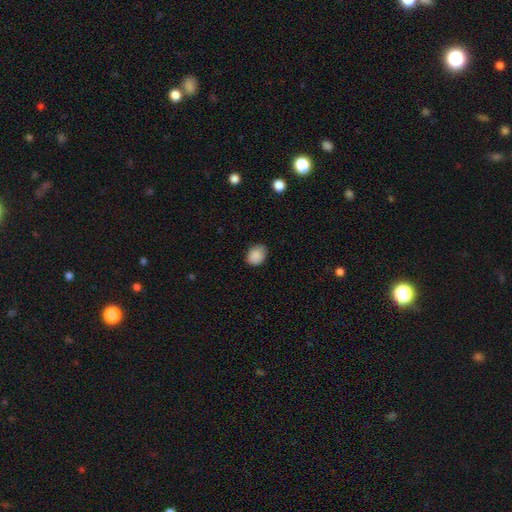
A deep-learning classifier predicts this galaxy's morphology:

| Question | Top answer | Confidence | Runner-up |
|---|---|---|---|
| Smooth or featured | smooth | 88% | star or artifact (8%) |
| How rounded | in between | 52% | round (47%) |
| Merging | none | 74% | minor disturbance (22%) |